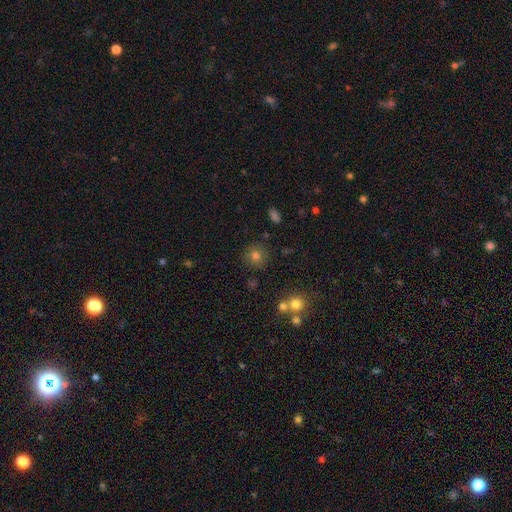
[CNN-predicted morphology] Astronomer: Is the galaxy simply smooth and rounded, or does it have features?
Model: smooth — 76%.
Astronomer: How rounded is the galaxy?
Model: round — 89%.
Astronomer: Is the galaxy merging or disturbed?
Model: none — 83%.